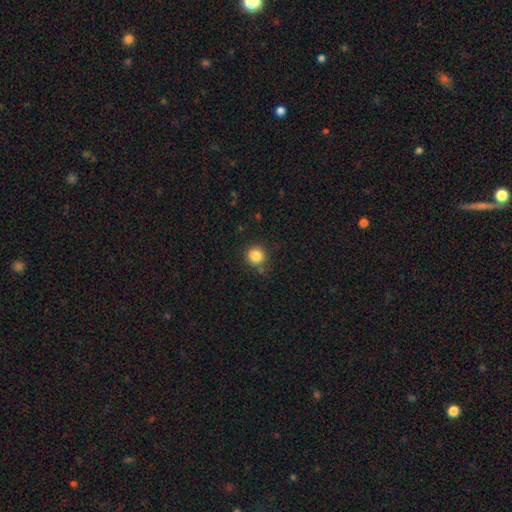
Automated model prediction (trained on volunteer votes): Morphology: type=smooth (84%); roundness=round (87%); merging=none (78%).